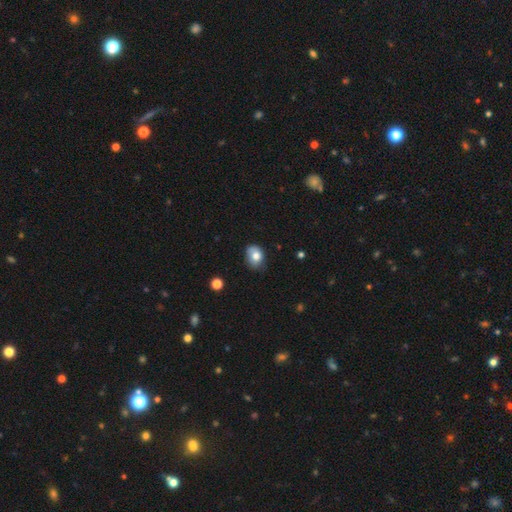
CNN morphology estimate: This is likely a smooth galaxy (77%). How rounded: possibly in between (56%). Merging: possibly none (59%).